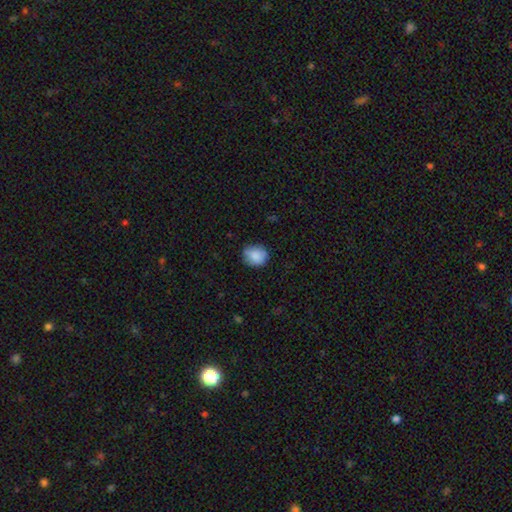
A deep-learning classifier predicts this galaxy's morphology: Smooth or featured? Predicted: smooth (p=0.86). How rounded? Predicted: round (p=0.73). Merging? Predicted: none (p=0.78).